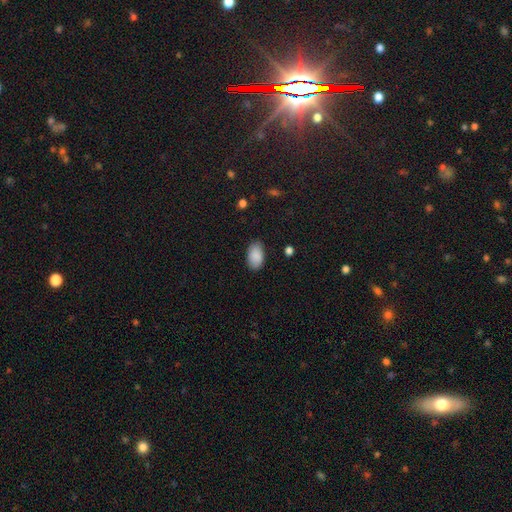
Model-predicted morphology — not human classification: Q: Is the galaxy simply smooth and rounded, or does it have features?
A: smooth — 89%.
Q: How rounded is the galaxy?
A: in between — 93%.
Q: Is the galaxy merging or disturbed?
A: none — 82%.